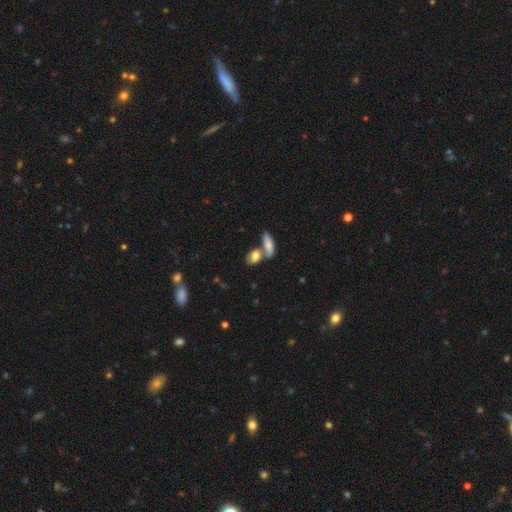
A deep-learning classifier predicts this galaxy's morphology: Overall: smooth (79%). How rounded: in between (72%). Merging: none (46%; merger 39%).